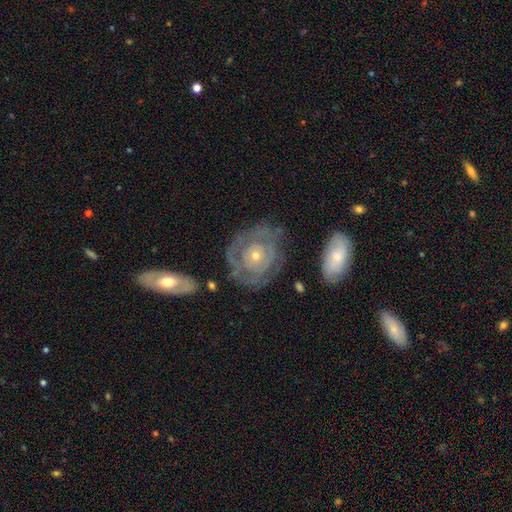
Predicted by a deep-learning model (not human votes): This appears to be a featured or disk galaxy (71%) with no bar (87%), spiral arms (62%) and a small central bulge (67%). Merging: none (67%).